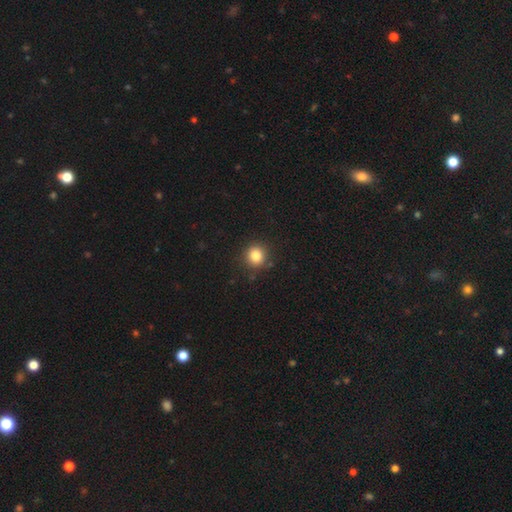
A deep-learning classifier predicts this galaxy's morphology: Smooth or featured? smooth (83%)
How rounded? round (90%)
Merging? none (89%)